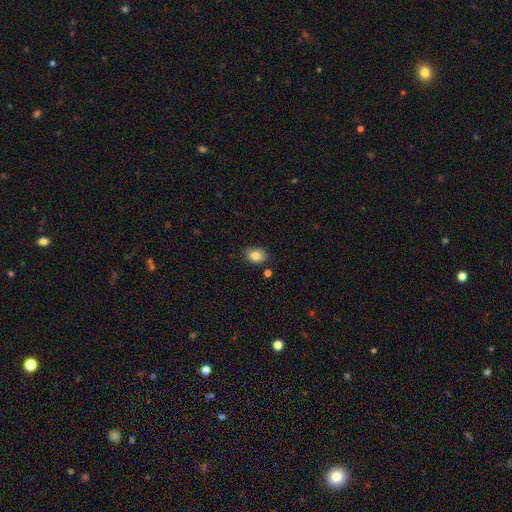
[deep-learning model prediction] A smooth galaxy with no disk features (83%) that is in between round and cigar-shaped (73%). Merging: none (74%).